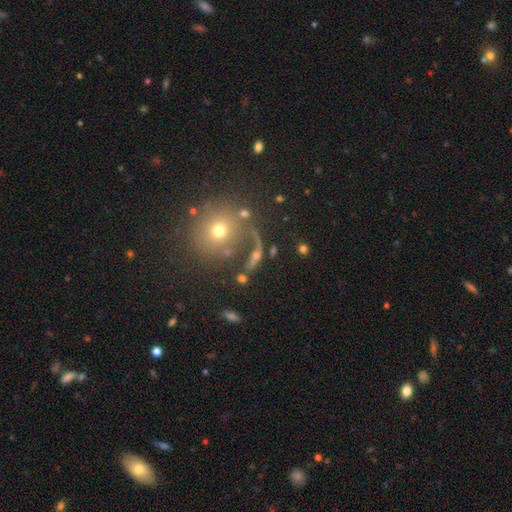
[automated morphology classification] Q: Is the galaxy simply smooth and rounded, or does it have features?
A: smooth — 39%.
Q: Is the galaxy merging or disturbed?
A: none — 57%.